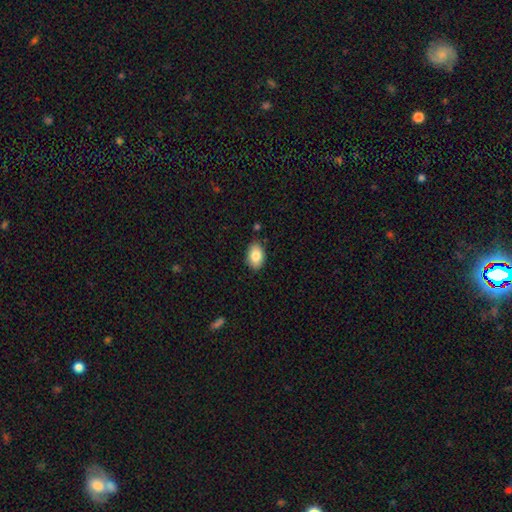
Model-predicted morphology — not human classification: Smooth or featured? smooth (86%)
How rounded? in between (89%)
Merging? none (85%)